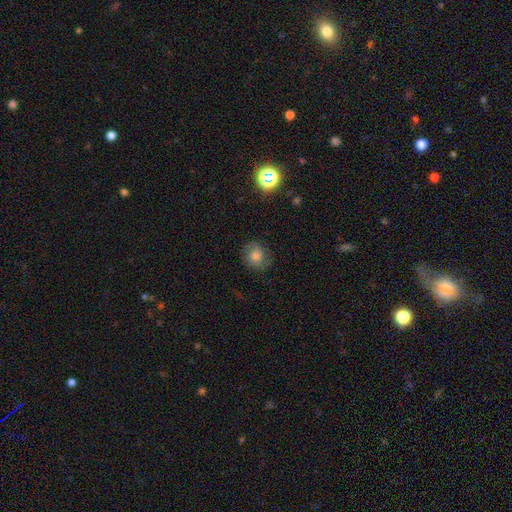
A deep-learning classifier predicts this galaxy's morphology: Smooth or featured: smooth — 46% (featured or disk — 39%)
Merging: none — 78% (minor disturbance — 15%)